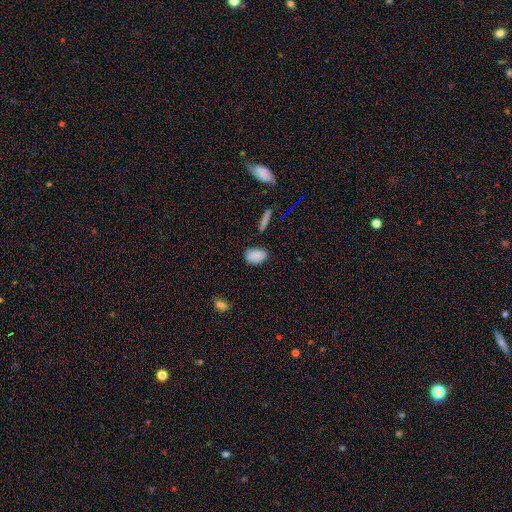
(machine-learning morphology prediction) A smooth galaxy with no disk features (87%) that is in between round and cigar-shaped (88%). Merging: none (80%).